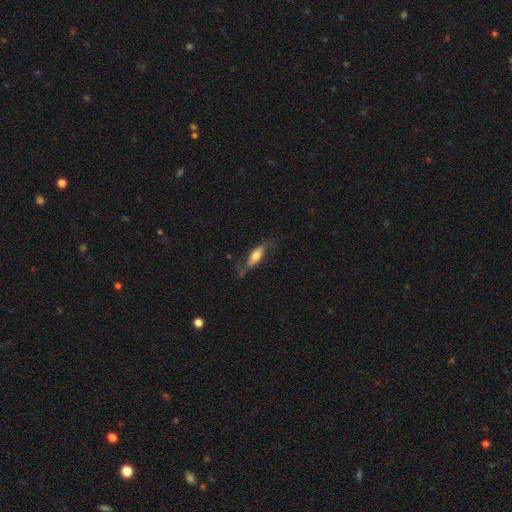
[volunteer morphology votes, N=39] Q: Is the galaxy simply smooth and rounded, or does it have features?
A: smooth — 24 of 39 (62%).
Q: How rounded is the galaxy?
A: in between — 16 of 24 (67%).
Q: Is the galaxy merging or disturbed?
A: minor disturbance — 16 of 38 (42%).